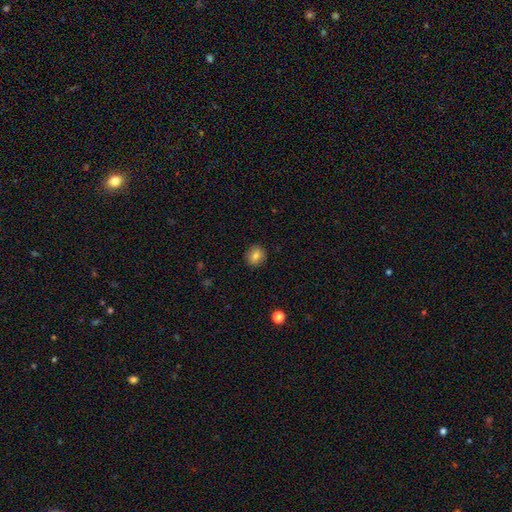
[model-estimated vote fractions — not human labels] smooth_or_featured: smooth (p=0.81) [alt: featured or disk p=0.10]
how_rounded: round (p=0.80) [alt: in between p=0.19]
merging: none (p=0.90) [alt: minor disturbance p=0.07]